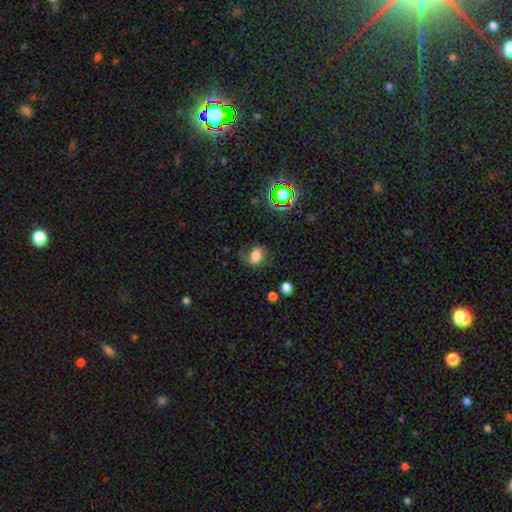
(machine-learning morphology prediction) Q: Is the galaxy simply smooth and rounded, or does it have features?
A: smooth — 58%.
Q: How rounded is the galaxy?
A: in between — 57%.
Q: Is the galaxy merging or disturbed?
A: none — 52%.